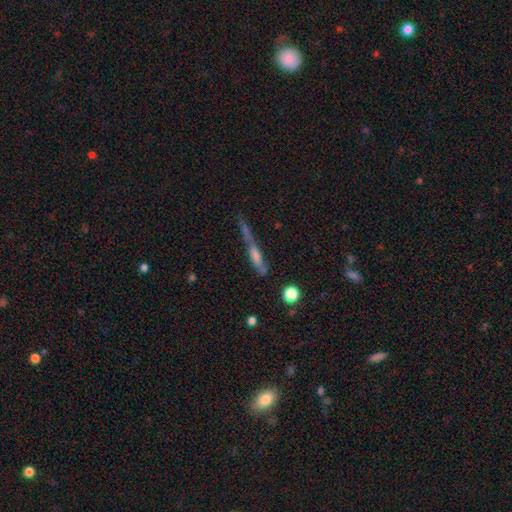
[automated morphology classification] This appears to be a featured or disk galaxy (44%). Merging: none (41%).